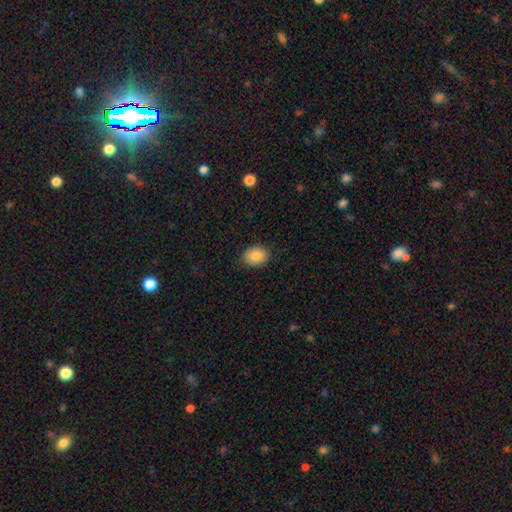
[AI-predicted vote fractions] A smooth galaxy with no disk features (85%) that is in between round and cigar-shaped (68%).

Vote fractions:
- Smooth or featured? smooth: 85% / star or artifact: 8% / featured or disk: 7%
- How rounded? in between: 68% / round: 31% / cigar-shaped: 1%
- Merging? none: 88% / minor disturbance: 9% / major disturbance: 2% / merger: 1%